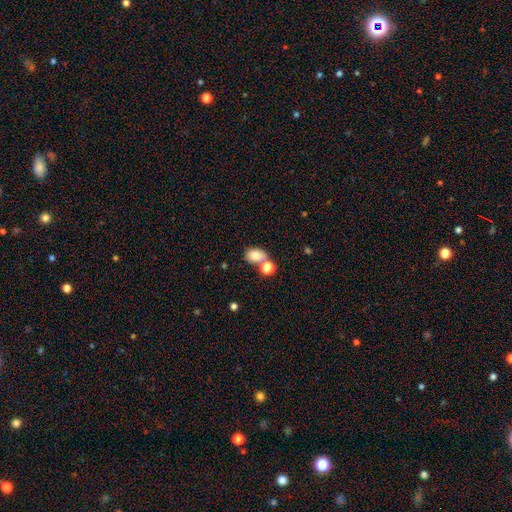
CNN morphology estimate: smooth-or-featured: smooth: 80% | star or artifact: 11% | featured or disk: 10%
  how-rounded: in between: 71% | round: 28% | cigar-shaped: 1%
  merging: none: 45% | merger: 38% | minor disturbance: 12% | major disturbance: 5%